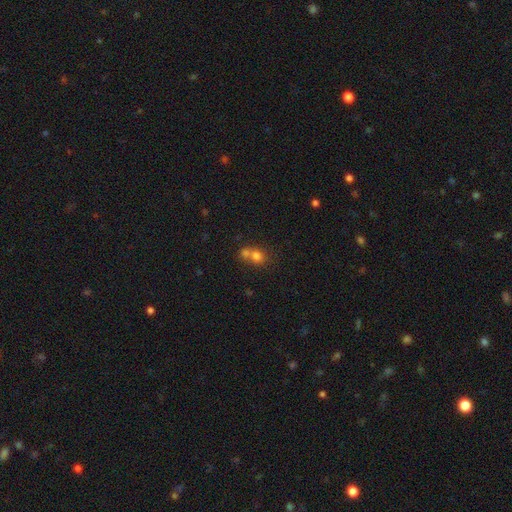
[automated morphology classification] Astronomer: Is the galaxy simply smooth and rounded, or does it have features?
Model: smooth — 73%.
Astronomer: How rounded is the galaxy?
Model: round — 73%.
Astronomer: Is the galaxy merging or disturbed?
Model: merger — 60%.